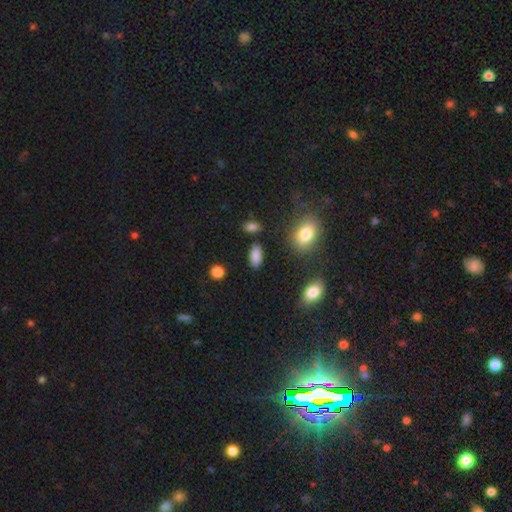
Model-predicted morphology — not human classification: Smooth or featured: smooth — 87% (star or artifact — 9%)
How rounded: in between — 90% (cigar-shaped — 5%)
Merging: none — 84% (minor disturbance — 10%)